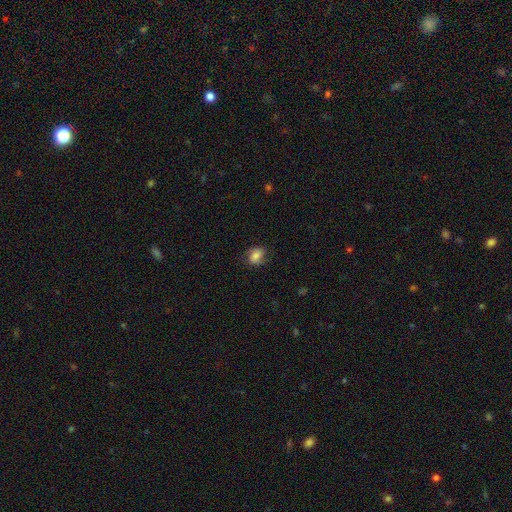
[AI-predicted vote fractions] A smooth galaxy with no disk features (67%) that is in between round and cigar-shaped (61%).

Vote fractions:
- Smooth or featured? smooth: 67% / featured or disk: 23% / star or artifact: 10%
- How rounded? in between: 61% / round: 38% / cigar-shaped: 1%
- Merging? none: 71% / minor disturbance: 20% / major disturbance: 7% / merger: 1%